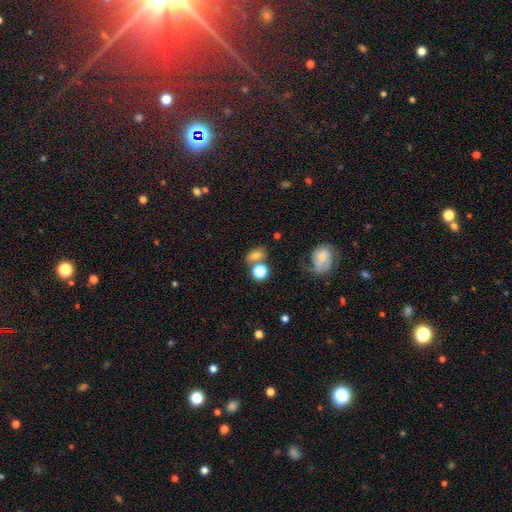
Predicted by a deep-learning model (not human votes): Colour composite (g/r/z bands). It shows a smooth galaxy with no disk features (69%) that is in between round and cigar-shaped (71%). Merging: none (52%).